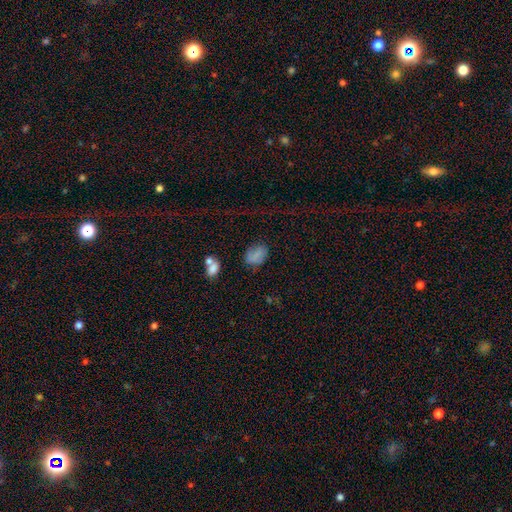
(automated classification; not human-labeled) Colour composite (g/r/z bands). It shows a smooth galaxy with no disk features (76%) that is in between round and cigar-shaped (76%). Merging: none (65%).